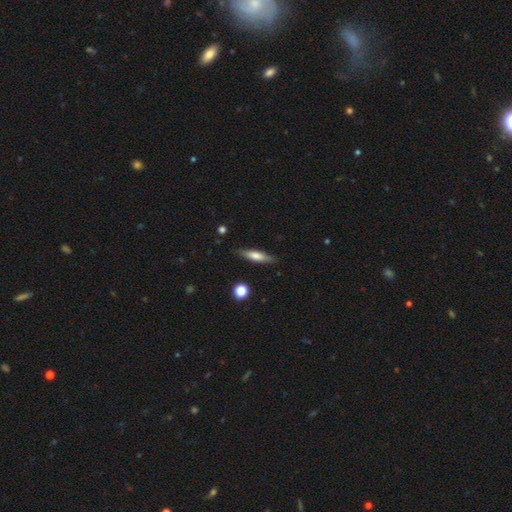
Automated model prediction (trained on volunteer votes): Overall: smooth (62%; featured or disk 32%). How rounded: cigar-shaped (74%). Merging: none (86%).